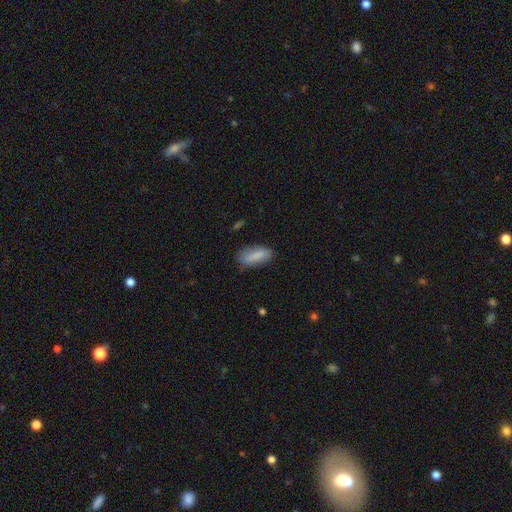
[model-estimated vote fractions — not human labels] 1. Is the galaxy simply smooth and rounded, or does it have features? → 84% smooth, 9% featured or disk, 7% star or artifact.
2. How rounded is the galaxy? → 75% in between, 23% cigar-shaped, 2% round.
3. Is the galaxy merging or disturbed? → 76% none, 18% minor disturbance, 4% major disturbance, 2% merger.